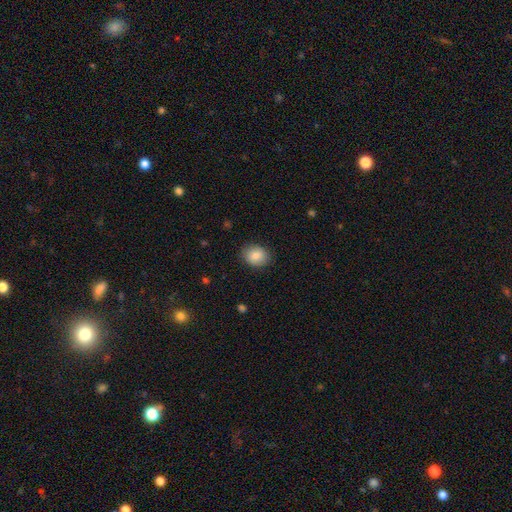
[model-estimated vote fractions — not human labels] Overall: smooth (86%). How rounded: round (58%; in between 41%). Merging: none (88%).